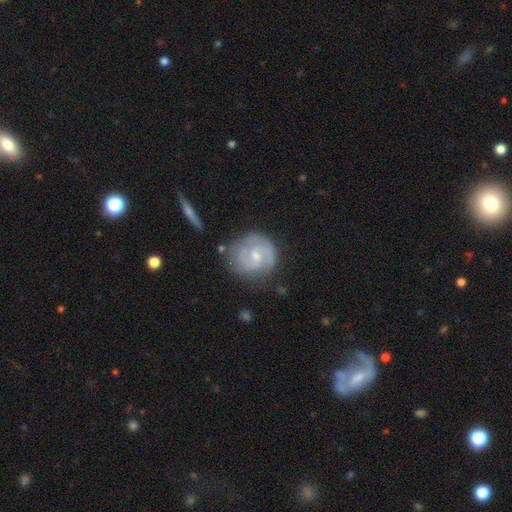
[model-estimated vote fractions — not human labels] This appears to be a featured or disk galaxy (72%) with no bar (49%), 2 (68%) tight (45%) spiral arms (90%) and a small central bulge (54%). Merging: none (71%).